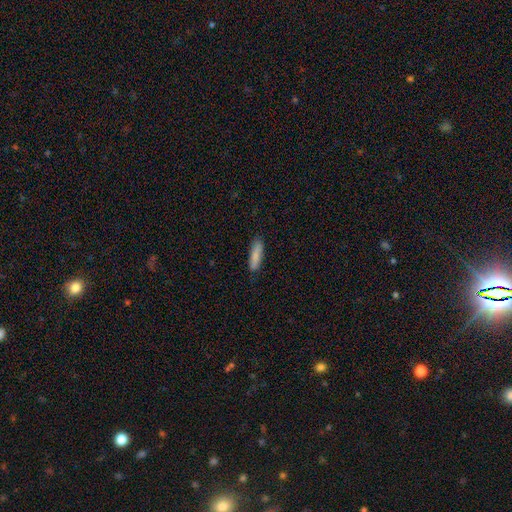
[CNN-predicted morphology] Smooth or featured: smooth — 85% (featured or disk — 9%)
How rounded: cigar-shaped — 69% (in between — 29%)
Merging: none — 84% (minor disturbance — 13%)